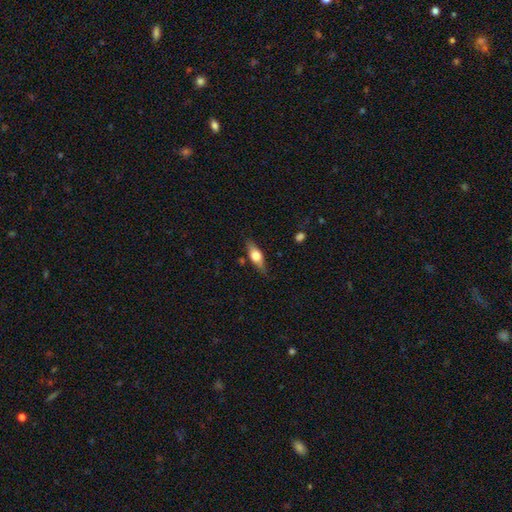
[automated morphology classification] The model was most divided on "smooth or featured": smooth: 51%, featured or disk: 42%, star or artifact: 7%. More confident: merging — none (80%); how rounded — in between (60%).